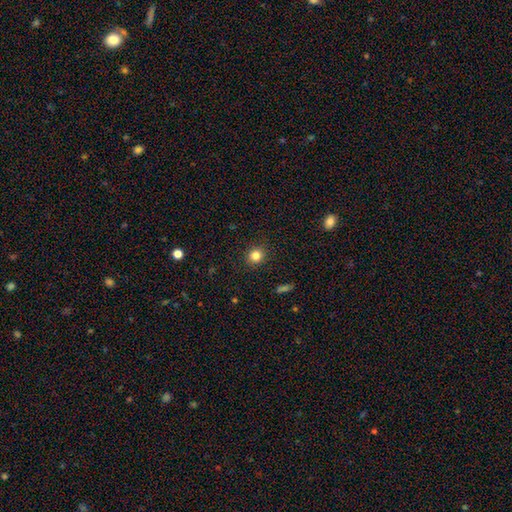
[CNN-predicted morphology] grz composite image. It shows a smooth galaxy with no disk features (82%) that is round (85%). Merging: none (90%).